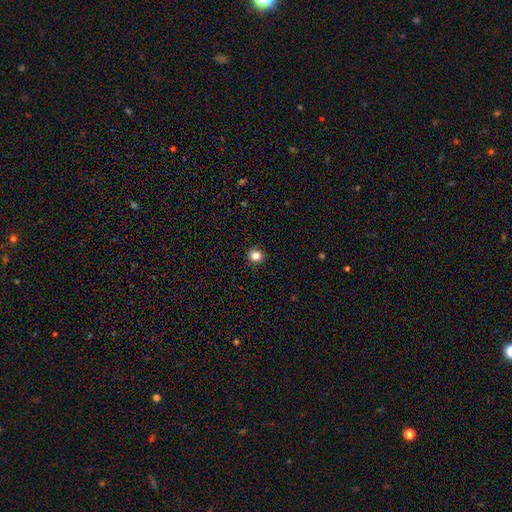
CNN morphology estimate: Overall: smooth (83%). How rounded: round (92%). Merging: none (93%).